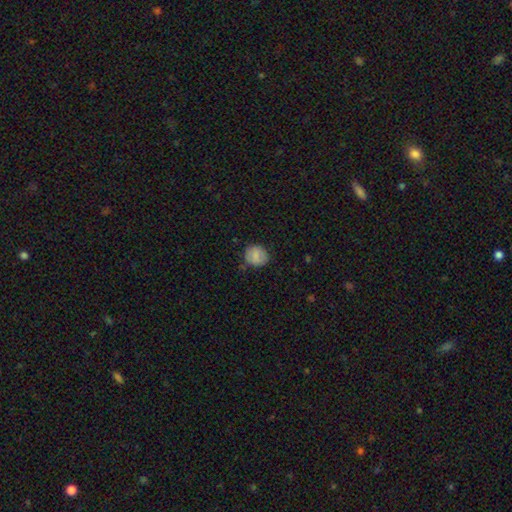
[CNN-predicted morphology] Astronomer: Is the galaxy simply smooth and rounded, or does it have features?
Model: smooth — 81%.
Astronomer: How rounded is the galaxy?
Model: round — 79%.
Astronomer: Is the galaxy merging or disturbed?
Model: none — 77%.